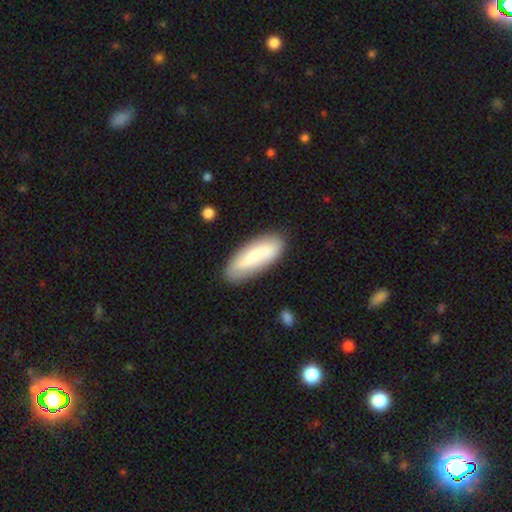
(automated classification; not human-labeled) Q: Smooth or featured?
A: smooth (63%); runner-up: featured or disk (31%)
Q: How rounded?
A: in between (68%); runner-up: cigar-shaped (30%)
Q: Merging?
A: none (81%); runner-up: minor disturbance (14%)